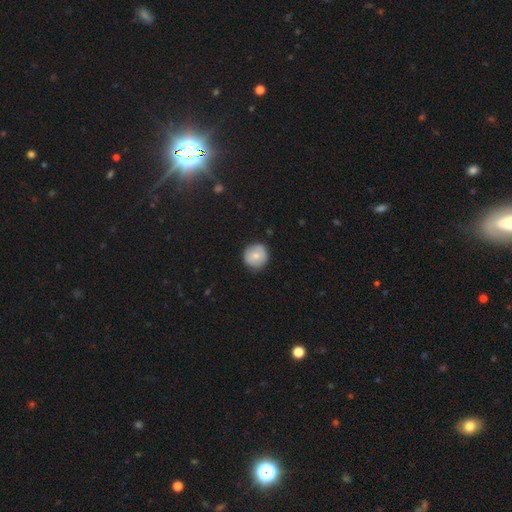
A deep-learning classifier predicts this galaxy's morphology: This appears to be a smooth galaxy with no disk features (75%) that is round (94%). Merging: none (86%).